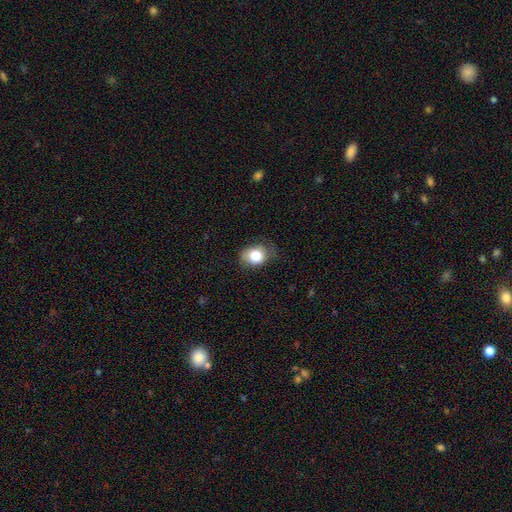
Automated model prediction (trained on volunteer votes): Smooth or featured?
  - smooth: 81% *
  - featured or disk: 10%
  - star or artifact: 9%
How rounded?
  - round: 52% *
  - in between: 47%
  - cigar-shaped: 1%
Merging?
  - none: 63% *
  - minor disturbance: 28%
  - major disturbance: 8%
  - merger: 1%